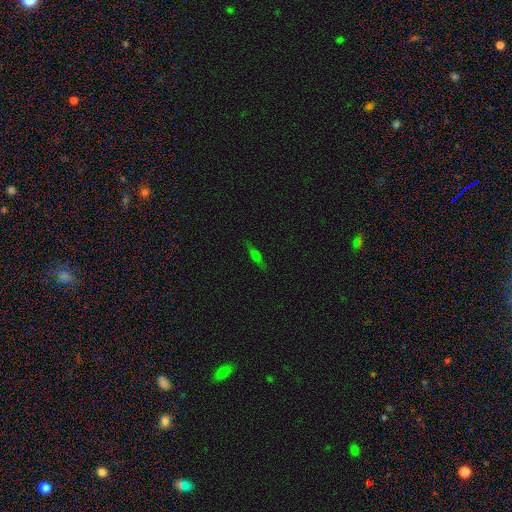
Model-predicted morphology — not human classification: type=featured or disk (52%); edge-on=yes (93%); merging=none (85%).